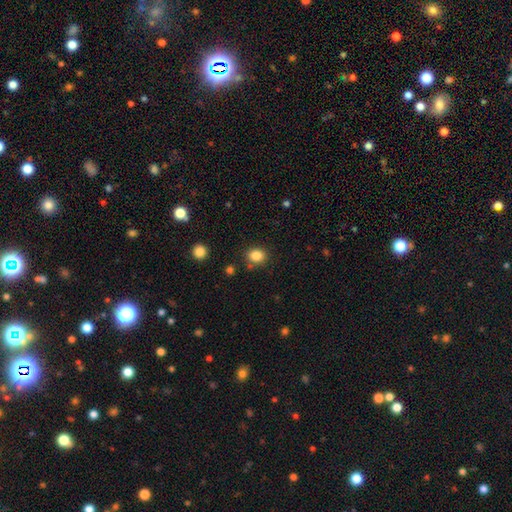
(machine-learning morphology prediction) smooth-or-featured: smooth: 84% | star or artifact: 11% | featured or disk: 5%
  how-rounded: round: 58% | in between: 41% | cigar-shaped: 1%
  merging: none: 81% | minor disturbance: 11% | merger: 5% | major disturbance: 3%